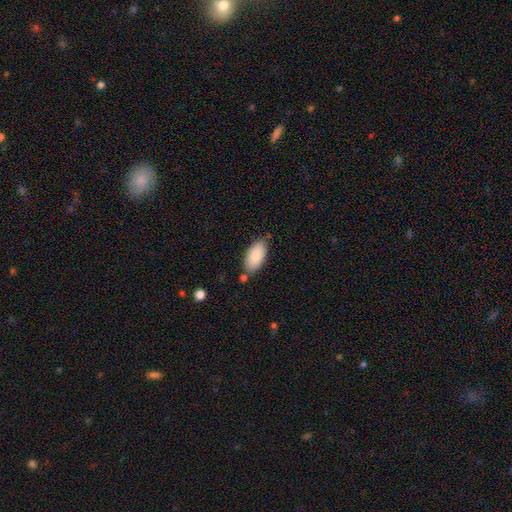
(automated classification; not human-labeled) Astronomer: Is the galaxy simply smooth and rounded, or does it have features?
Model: smooth — 88%.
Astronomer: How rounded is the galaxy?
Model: in between — 94%.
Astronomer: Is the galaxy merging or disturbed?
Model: none — 77%.